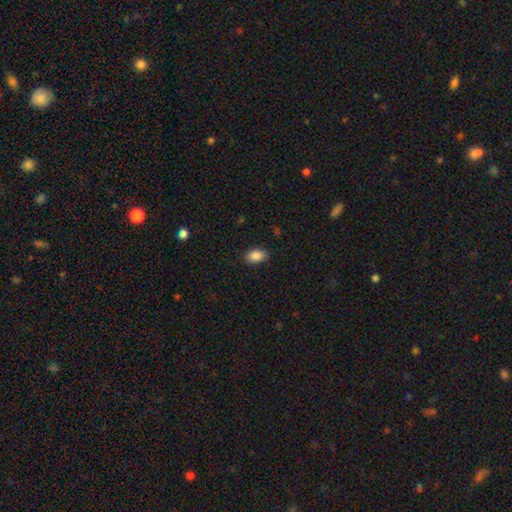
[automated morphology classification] smooth 89%, star or artifact 8%, featured or disk 4%. Down the decision tree: how rounded — in between (90%); merging — none (86%).